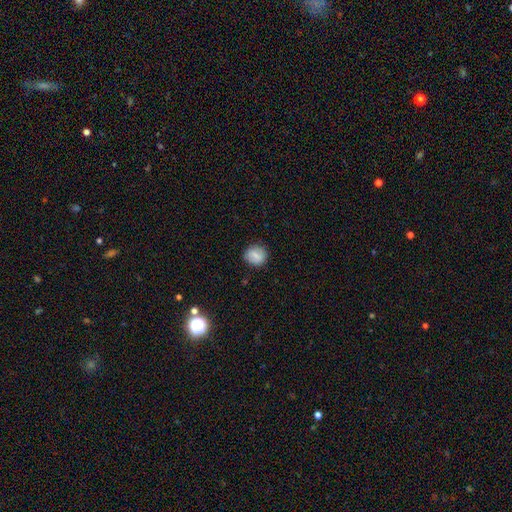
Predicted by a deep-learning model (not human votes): smooth 75%, featured or disk 17%, star or artifact 9%. Down the decision tree: how rounded — round (84%); merging — none (84%).